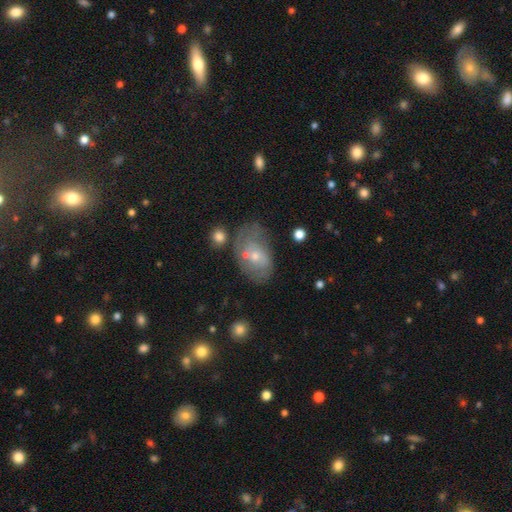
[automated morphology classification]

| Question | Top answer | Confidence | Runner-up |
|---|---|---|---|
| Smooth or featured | featured or disk | 54% | smooth (36%) |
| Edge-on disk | no | 95% | yes (5%) |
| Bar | no | 64% | weak (30%) |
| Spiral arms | yes | 63% | no (37%) |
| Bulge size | small | 60% | moderate (36%) |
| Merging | none | 51% | minor disturbance (25%) |